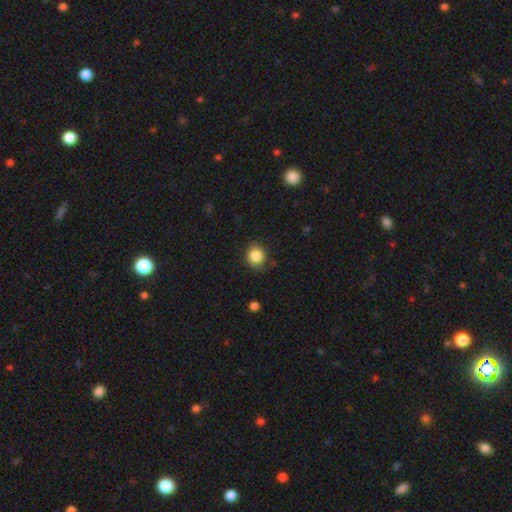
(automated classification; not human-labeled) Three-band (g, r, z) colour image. It shows a smooth galaxy with no disk features (86%) that is round (81%). Merging: none (79%).